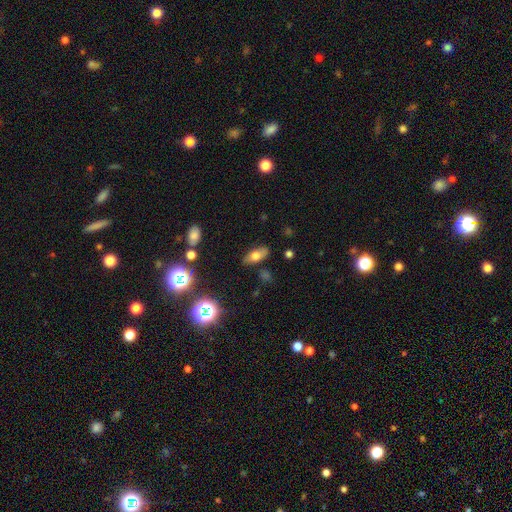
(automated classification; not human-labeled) smooth_or_featured: smooth (p=0.66) [alt: featured or disk p=0.22]
how_rounded: in between (p=0.82) [alt: cigar-shaped p=0.13]
merging: none (p=0.82) [alt: minor disturbance p=0.13]